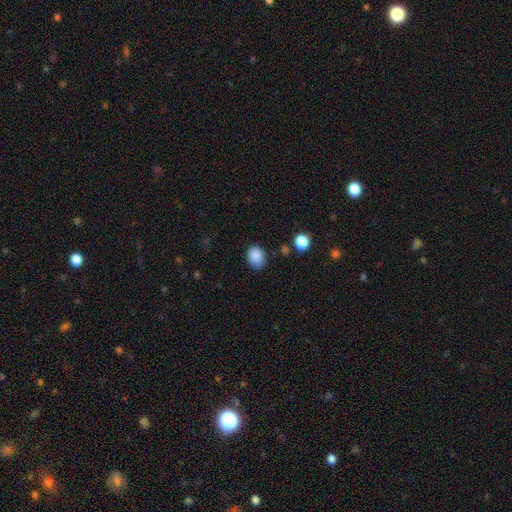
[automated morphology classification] A smooth galaxy with no disk features (87%) that is in between round and cigar-shaped (54%).

Vote fractions:
- Smooth or featured? smooth: 87% / star or artifact: 9% / featured or disk: 4%
- How rounded? in between: 54% / round: 46% / cigar-shaped: 1%
- Merging? none: 74% / minor disturbance: 20% / major disturbance: 4% / merger: 2%